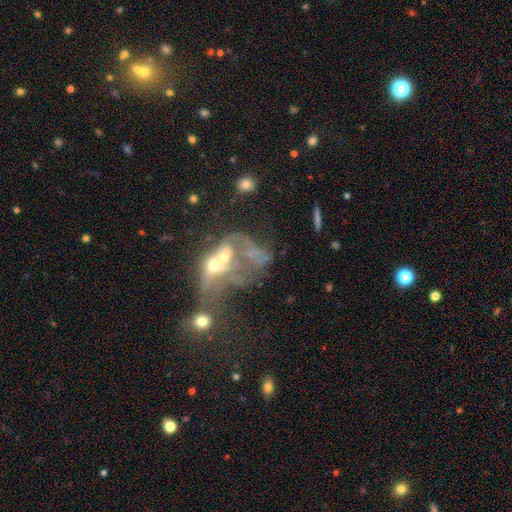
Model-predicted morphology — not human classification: A featured or disk galaxy (52%) with no bar (84%), no spiral arms (77%) and a moderate central bulge (39%). Merging: merger (66%).